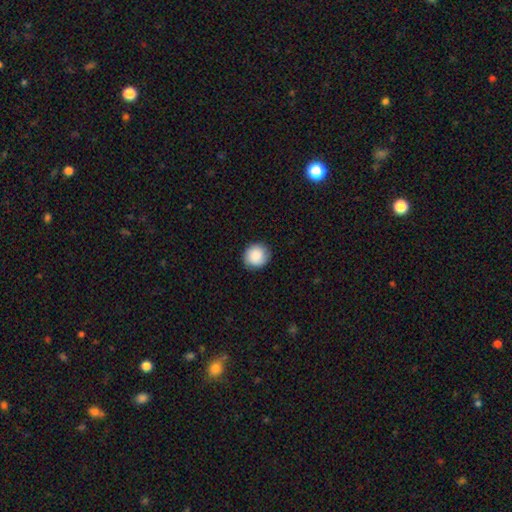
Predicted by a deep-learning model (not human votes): Smooth or featured? Predicted: smooth (p=0.88). How rounded? Predicted: round (p=0.90). Merging? Predicted: none (p=0.89).